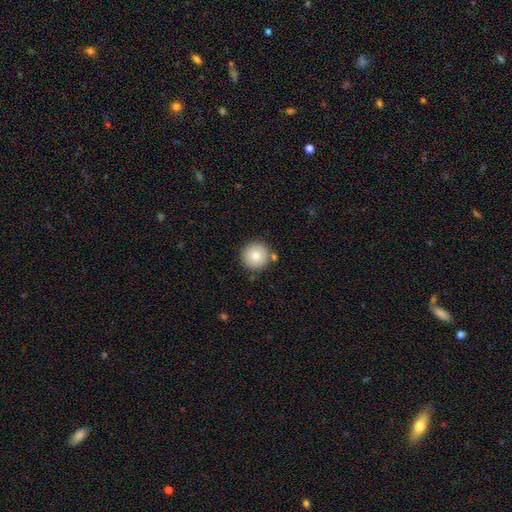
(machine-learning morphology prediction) This is clearly a smooth galaxy (82%). How rounded: clearly round (95%). Merging: clearly none (84%).